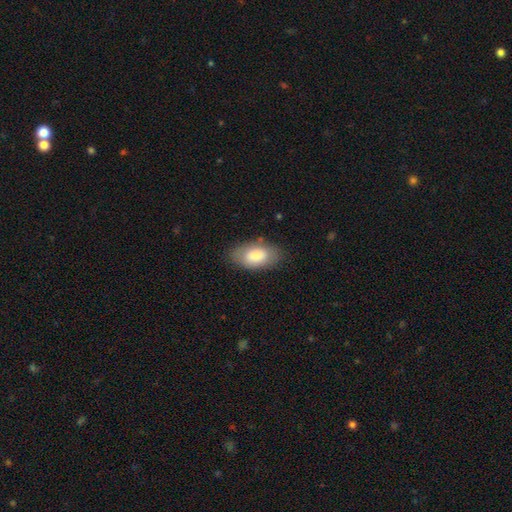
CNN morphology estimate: A smooth galaxy with no disk features (80%) that is in between round and cigar-shaped (94%). Merging: none (80%).